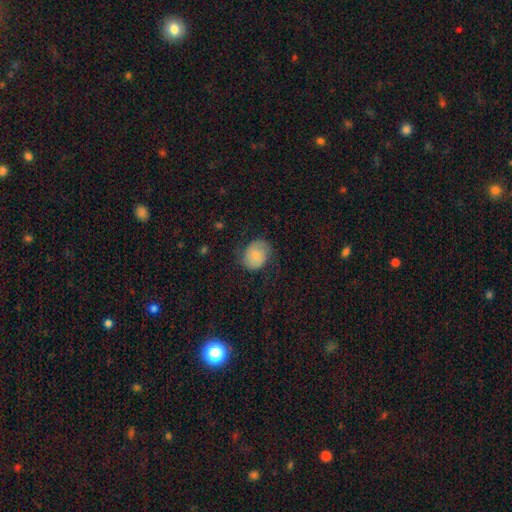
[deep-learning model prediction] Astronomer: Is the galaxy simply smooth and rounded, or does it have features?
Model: smooth — 57% (runner-up: featured or disk, 35%).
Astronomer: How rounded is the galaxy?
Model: round — 52% (runner-up: in between, 47%).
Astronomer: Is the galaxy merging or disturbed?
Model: none — 67%.